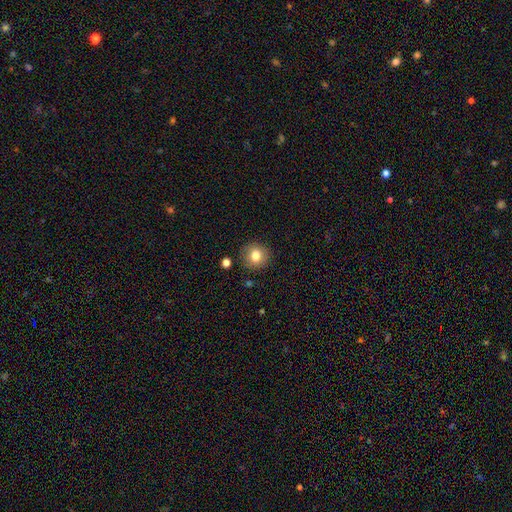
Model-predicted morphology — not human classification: Smooth or featured? smooth (80%)
How rounded? round (89%)
Merging? none (89%)